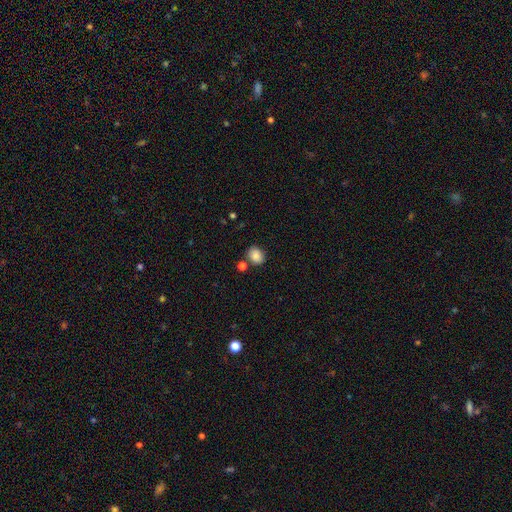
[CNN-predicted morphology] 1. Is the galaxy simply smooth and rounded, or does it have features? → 86% smooth, 9% star or artifact, 5% featured or disk.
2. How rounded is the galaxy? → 50% in between, 49% round, 1% cigar-shaped.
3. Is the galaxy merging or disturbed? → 76% none, 12% minor disturbance, 9% merger, 3% major disturbance.